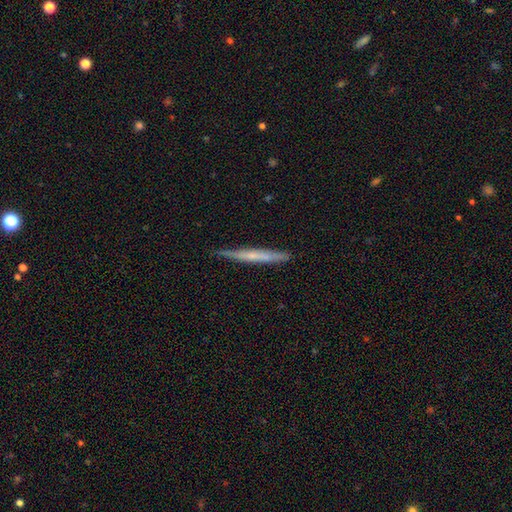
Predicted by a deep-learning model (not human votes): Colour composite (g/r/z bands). It shows a featured or disk galaxy (48%). Merging: none (85%).